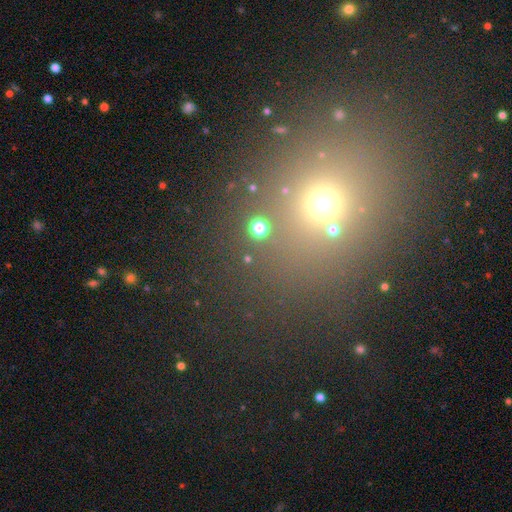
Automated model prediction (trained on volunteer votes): Morphology: type=smooth (50%); roundness=round (66%); merging=none (81%).